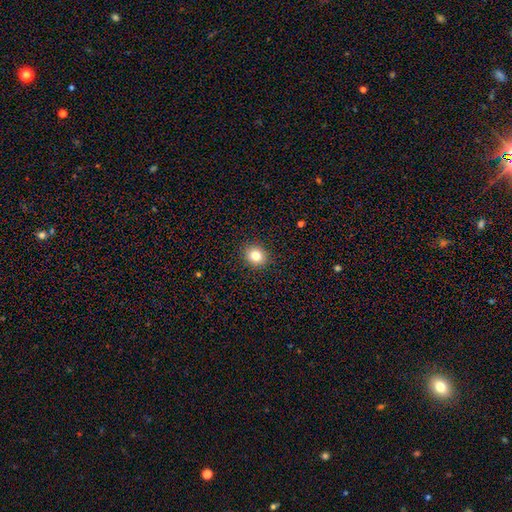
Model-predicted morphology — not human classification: The model was most divided on "how rounded": round: 72%, in between: 27%, cigar-shaped: 1%. More confident: merging — none (91%); smooth or featured — smooth (82%).